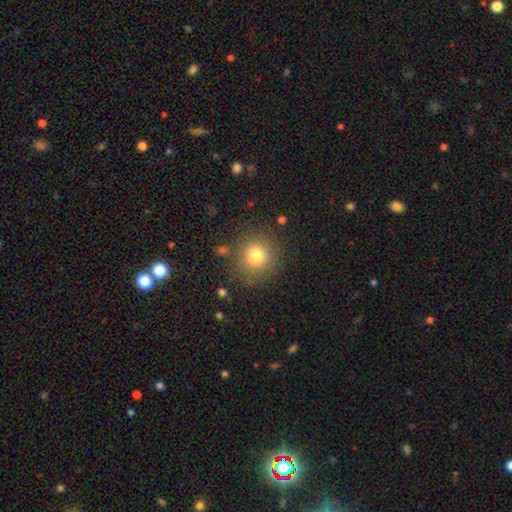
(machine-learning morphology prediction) Q: Smooth or featured?
A: smooth (77%); runner-up: star or artifact (14%)
Q: How rounded?
A: round (90%); runner-up: in between (9%)
Q: Merging?
A: none (84%); runner-up: minor disturbance (10%)